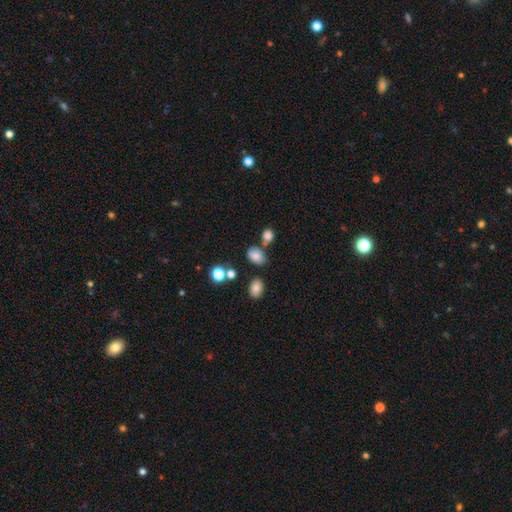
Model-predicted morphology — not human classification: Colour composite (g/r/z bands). It shows a smooth galaxy with no disk features (78%) that is in between round and cigar-shaped (76%). Merging: none (64%).